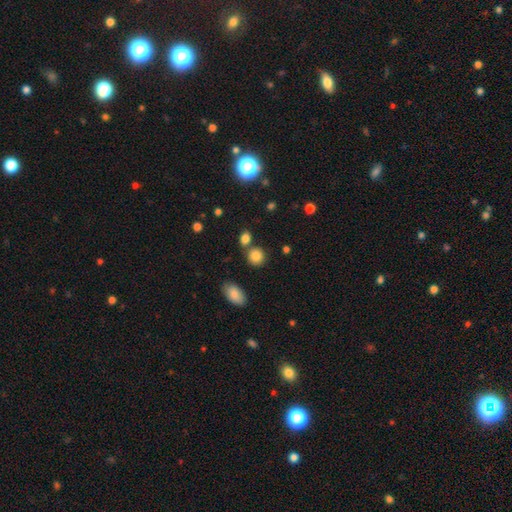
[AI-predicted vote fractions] This is clearly a smooth galaxy (85%). How rounded: clearly round (83%). Merging: likely none (72%).